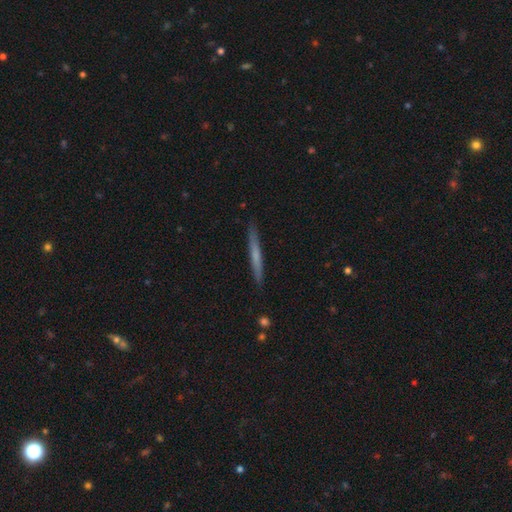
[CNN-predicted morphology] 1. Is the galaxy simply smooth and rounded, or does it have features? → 54% smooth, 40% featured or disk, 6% star or artifact.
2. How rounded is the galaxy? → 97% cigar-shaped, 2% in between, 1% round.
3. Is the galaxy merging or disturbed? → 90% none, 7% minor disturbance, 1% major disturbance, 1% merger.